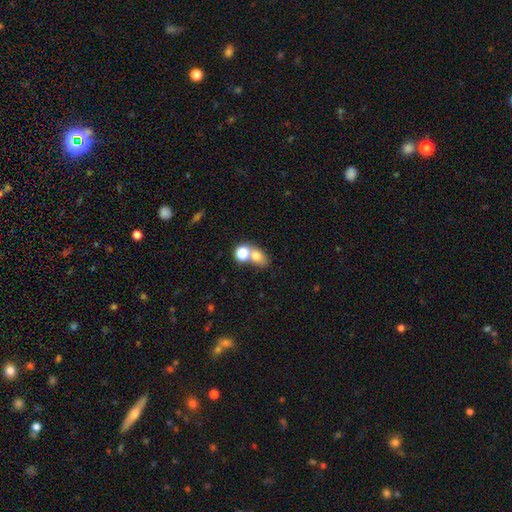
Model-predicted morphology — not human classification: Overall: smooth (74%). How rounded: in between (62%; round 36%). Merging: merger (46%; none 41%).